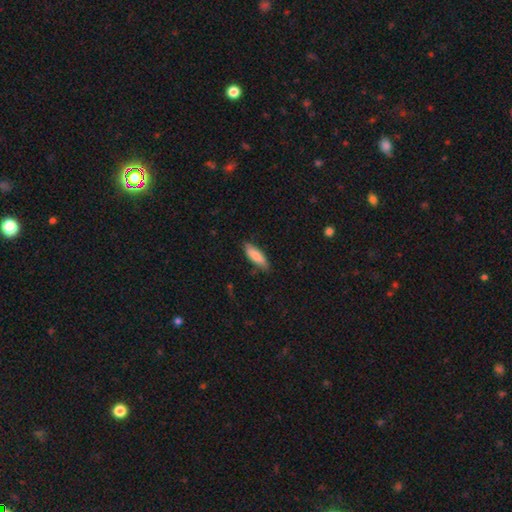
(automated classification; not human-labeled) This is clearly a smooth galaxy (85%). How rounded: possibly cigar-shaped (49%, tied with in between). Merging: likely none (79%).